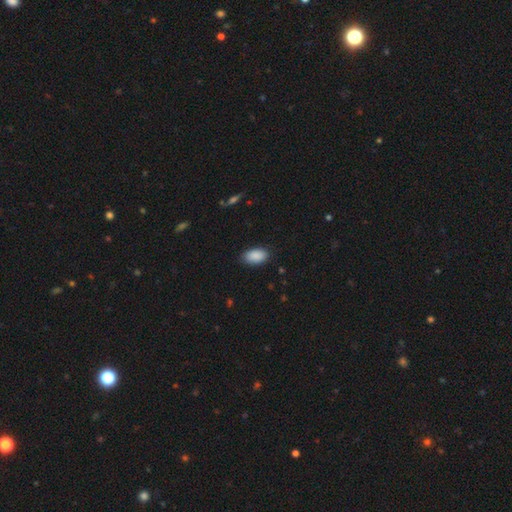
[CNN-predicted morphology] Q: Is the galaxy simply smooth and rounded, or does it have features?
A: smooth — 90%.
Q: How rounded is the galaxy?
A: in between — 94%.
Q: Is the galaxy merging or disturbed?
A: none — 84%.